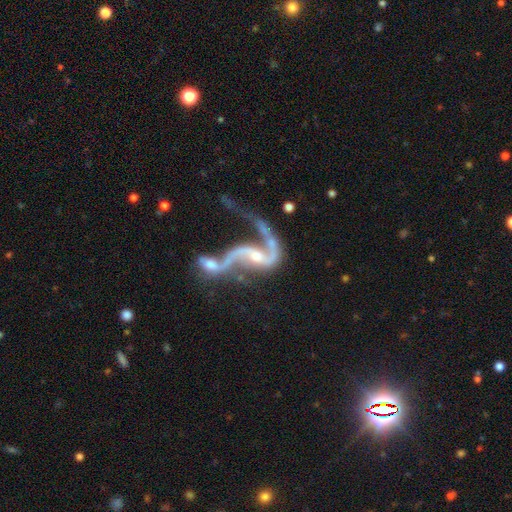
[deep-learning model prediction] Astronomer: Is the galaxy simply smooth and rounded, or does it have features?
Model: featured or disk — 89%.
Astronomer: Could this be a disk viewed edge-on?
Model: no — 96%.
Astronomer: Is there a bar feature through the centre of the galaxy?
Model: no — 39% (runner-up: weak, 38%).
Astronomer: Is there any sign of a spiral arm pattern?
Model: yes — 93%.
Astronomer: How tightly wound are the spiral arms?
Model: loose — 73%.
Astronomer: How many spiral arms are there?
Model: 2 — 84%.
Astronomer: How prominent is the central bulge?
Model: small — 55% (runner-up: moderate, 33%).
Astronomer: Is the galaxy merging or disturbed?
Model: merger — 50%.